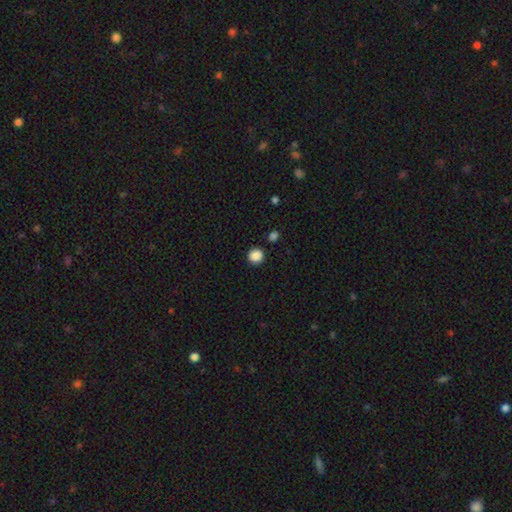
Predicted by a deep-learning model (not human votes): Smooth or featured? smooth (88%)
How rounded? round (90%)
Merging? none (88%)